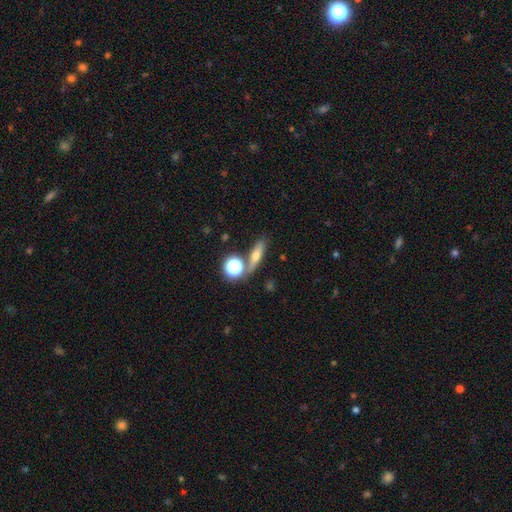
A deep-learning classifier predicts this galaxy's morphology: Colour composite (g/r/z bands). It shows a smooth galaxy with no disk features (50%). Merging: none (73%).